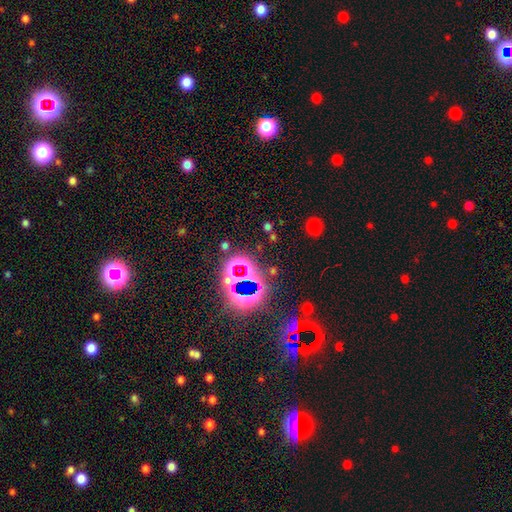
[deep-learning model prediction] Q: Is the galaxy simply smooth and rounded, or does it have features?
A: star or artifact — 82%.